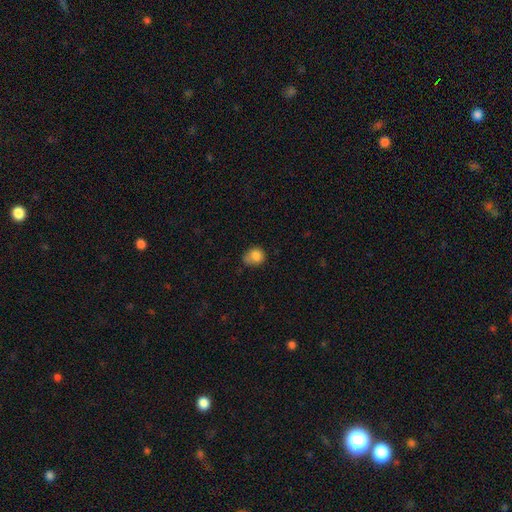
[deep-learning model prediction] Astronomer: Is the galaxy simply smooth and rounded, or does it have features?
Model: smooth — 82%.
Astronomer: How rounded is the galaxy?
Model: round — 65%.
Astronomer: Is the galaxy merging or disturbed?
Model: none — 48% (runner-up: minor disturbance, 34%).